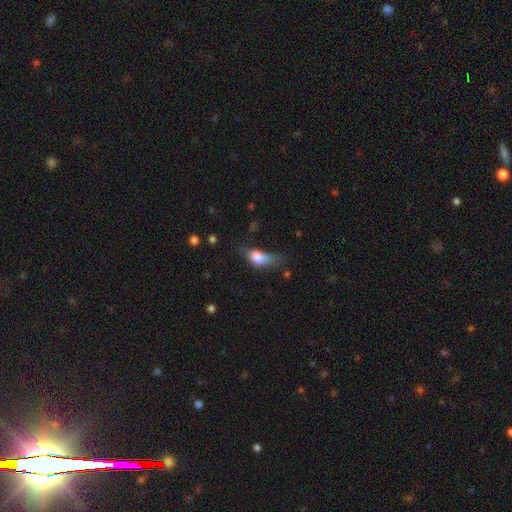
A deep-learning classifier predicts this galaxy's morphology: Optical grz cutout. It shows a smooth galaxy with no disk features (72%) that is in between round and cigar-shaped (77%). Merging: major disturbance (37%).